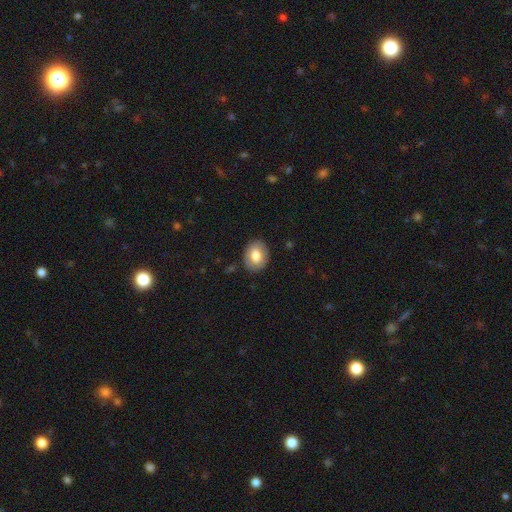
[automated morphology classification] smooth-or-featured: smooth: 76% | featured or disk: 17% | star or artifact: 7%
  how-rounded: in between: 69% | round: 30% | cigar-shaped: 1%
  merging: none: 86% | minor disturbance: 10% | major disturbance: 3% | merger: 1%